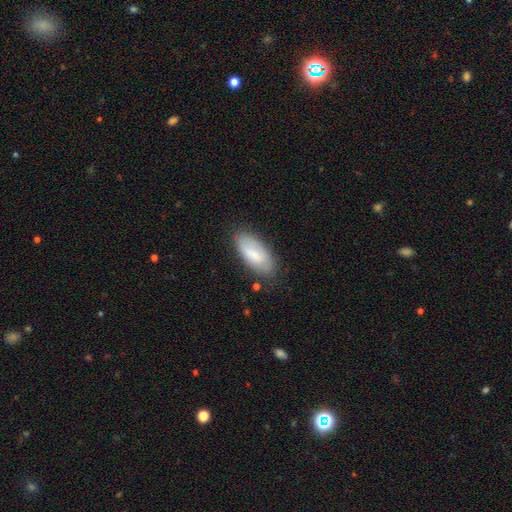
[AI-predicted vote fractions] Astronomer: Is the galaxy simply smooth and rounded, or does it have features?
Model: smooth — 73%.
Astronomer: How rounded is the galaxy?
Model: in between — 88%.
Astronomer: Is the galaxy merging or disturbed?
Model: none — 73%.